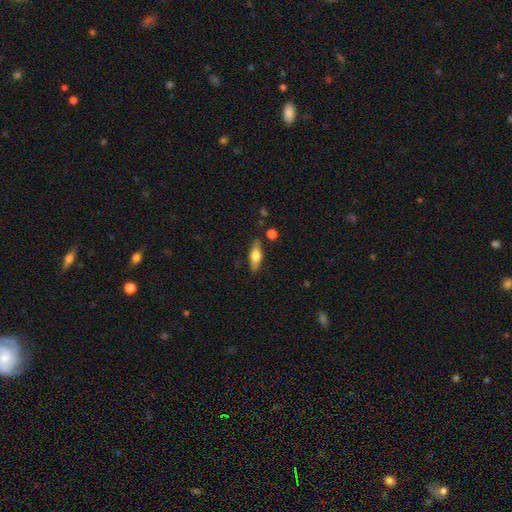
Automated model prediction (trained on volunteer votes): Overall: smooth (51%; featured or disk 42%). How rounded: in between (54%; cigar-shaped 43%). Merging: none (83%).